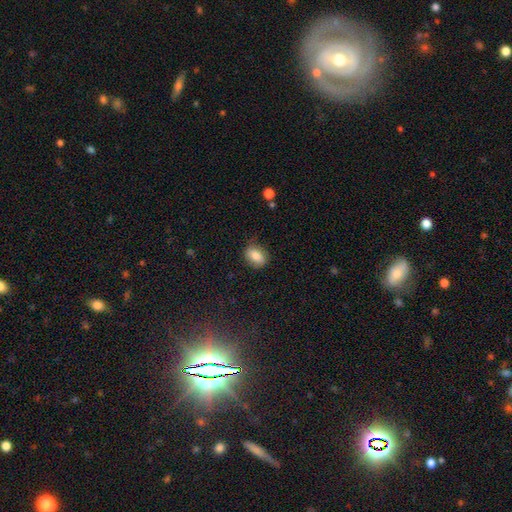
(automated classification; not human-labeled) Morphology: type=smooth (79%); roundness=in between (74%); merging=none (76%).